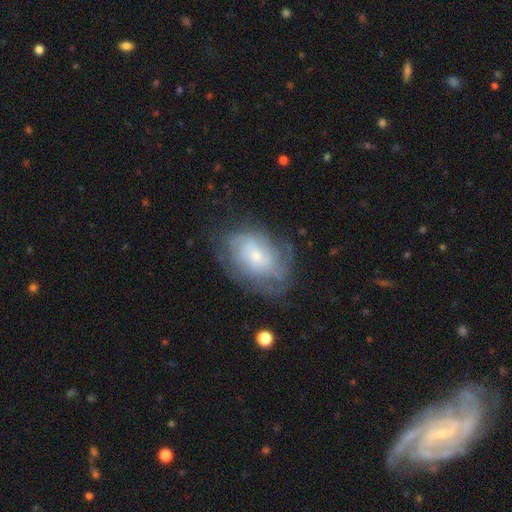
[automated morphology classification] The model was most divided on "smooth or featured": featured or disk: 64%, smooth: 27%, star or artifact: 8%. More confident: edge-on disk — no (96%); spiral arms — yes (79%); bar — no (69%); bulge size — small (65%); merging — none (61%).